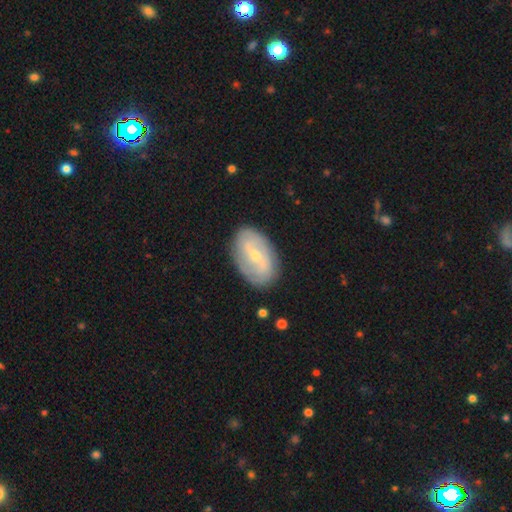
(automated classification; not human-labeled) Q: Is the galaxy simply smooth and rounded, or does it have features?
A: featured or disk — 67%.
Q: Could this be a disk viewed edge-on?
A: no — 94%.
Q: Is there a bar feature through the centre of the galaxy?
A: weak — 49%.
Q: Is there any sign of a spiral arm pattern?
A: yes — 72%.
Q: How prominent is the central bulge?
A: small — 60%.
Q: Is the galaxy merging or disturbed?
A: none — 83%.